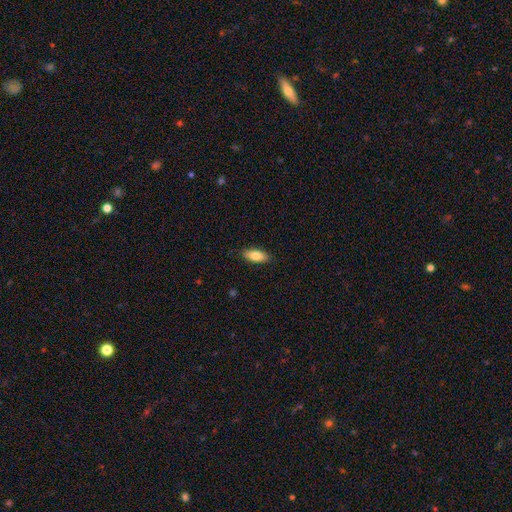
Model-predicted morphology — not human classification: type=smooth (81%); roundness=in between (80%); merging=none (87%).